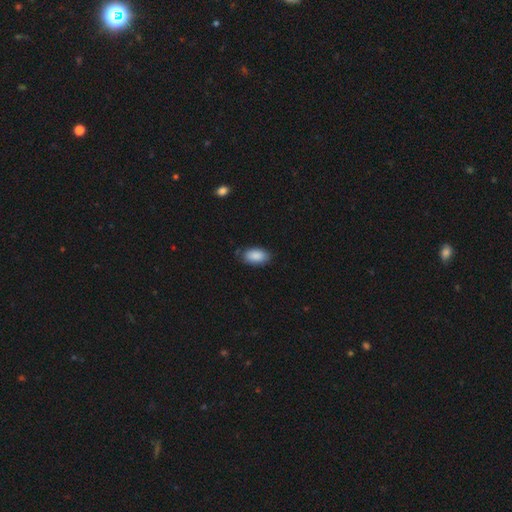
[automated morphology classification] Smooth or featured?
  - smooth: 89% *
  - star or artifact: 6%
  - featured or disk: 5%
How rounded?
  - in between: 94% *
  - round: 4%
  - cigar-shaped: 2%
Merging?
  - none: 81% *
  - minor disturbance: 15%
  - major disturbance: 3%
  - merger: 1%